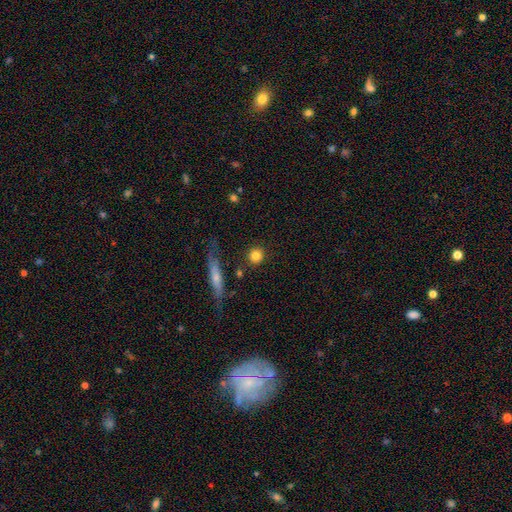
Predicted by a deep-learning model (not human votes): smooth_or_featured: smooth (p=0.82) [alt: star or artifact p=0.09]
how_rounded: round (p=0.90) [alt: in between p=0.07]
merging: none (p=0.85) [alt: minor disturbance p=0.08]